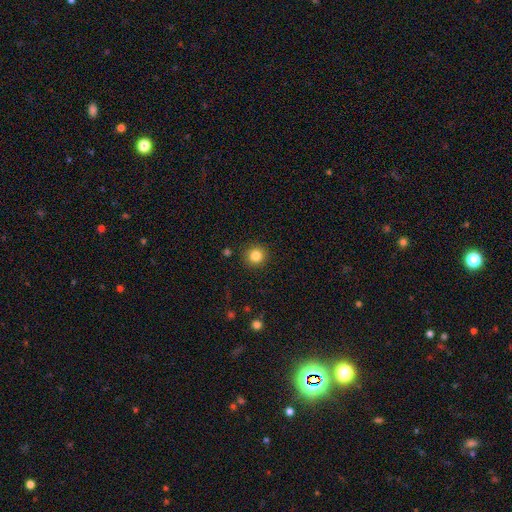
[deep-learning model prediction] Morphology: type=smooth (84%); roundness=round (93%); merging=none (92%).